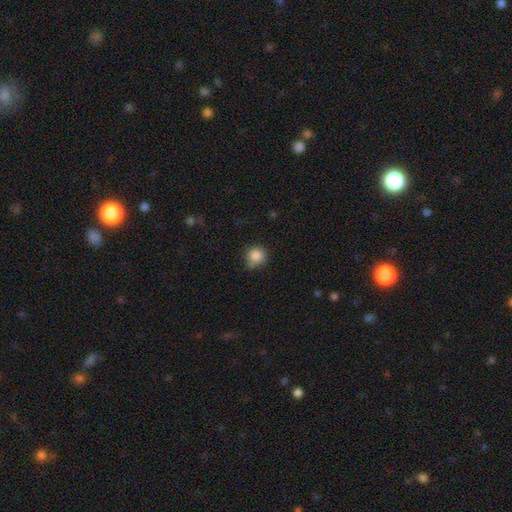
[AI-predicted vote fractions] A smooth galaxy with no disk features (86%) that is round (90%).

Vote fractions:
- Smooth or featured? smooth: 86% / star or artifact: 10% / featured or disk: 5%
- How rounded? round: 90% / in between: 9% / cigar-shaped: 1%
- Merging? none: 70% / minor disturbance: 19% / merger: 7% / major disturbance: 4%